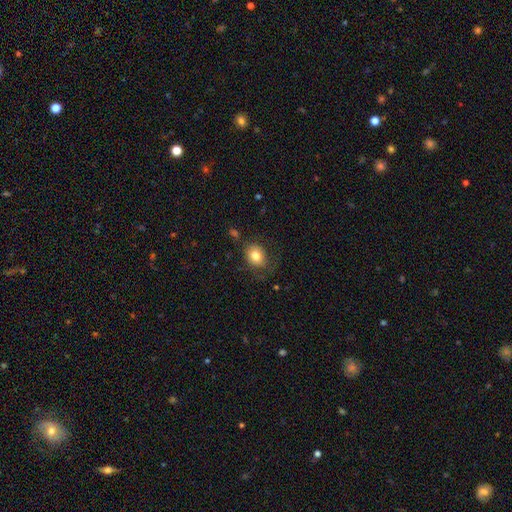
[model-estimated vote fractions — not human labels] Smooth or featured? Predicted: smooth (p=0.81). How rounded? Predicted: round (p=0.53). Merging? Predicted: none (p=0.71).